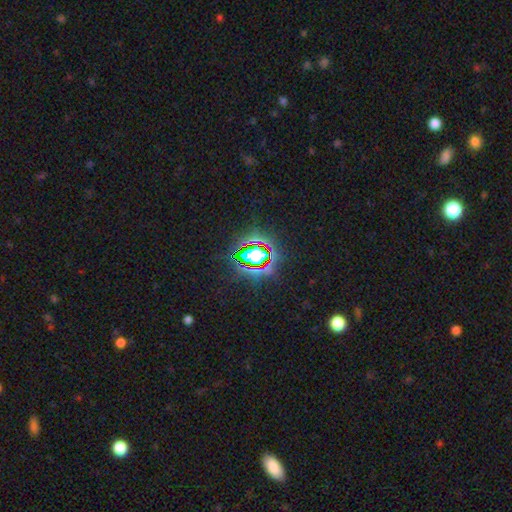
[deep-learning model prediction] Morphology: type=star or artifact (72%).